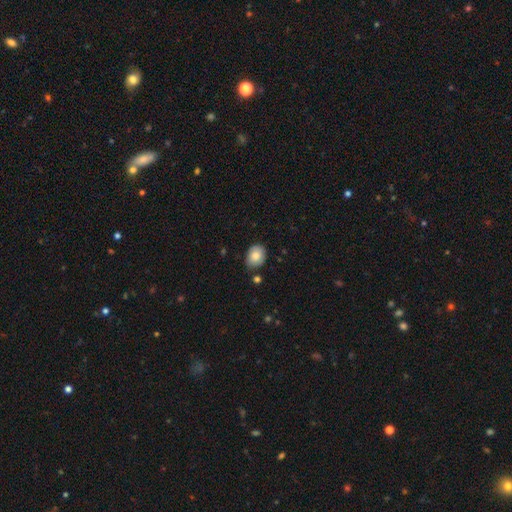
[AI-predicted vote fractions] The model was most divided on "how rounded": in between: 57%, round: 43%, cigar-shaped: 1%. More confident: smooth or featured — smooth (82%); merging — none (80%).